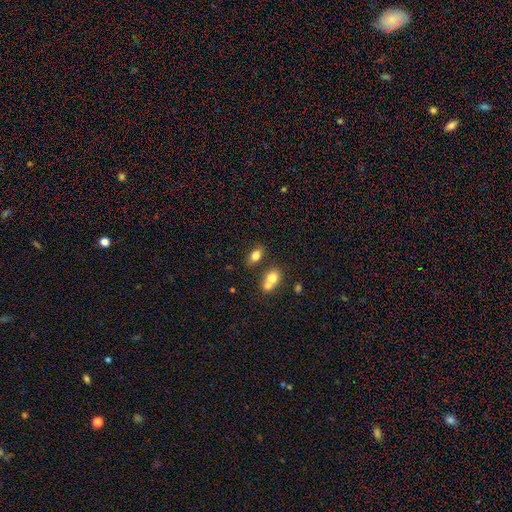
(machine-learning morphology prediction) Overall: smooth (78%). How rounded: in between (84%). Merging: none (60%; merger 26%).